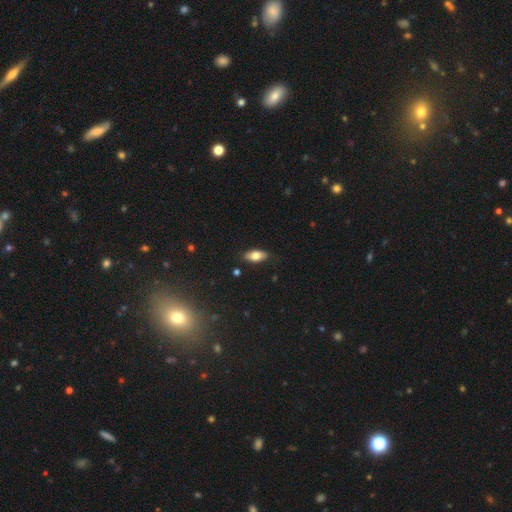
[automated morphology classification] Smooth or featured? smooth (78%)
How rounded? in between (87%)
Merging? none (85%)